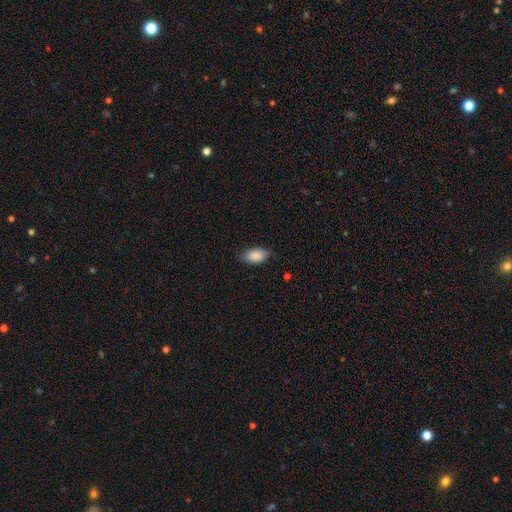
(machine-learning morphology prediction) A smooth galaxy with no disk features (88%) that is in between round and cigar-shaped (93%). Merging: none (80%).